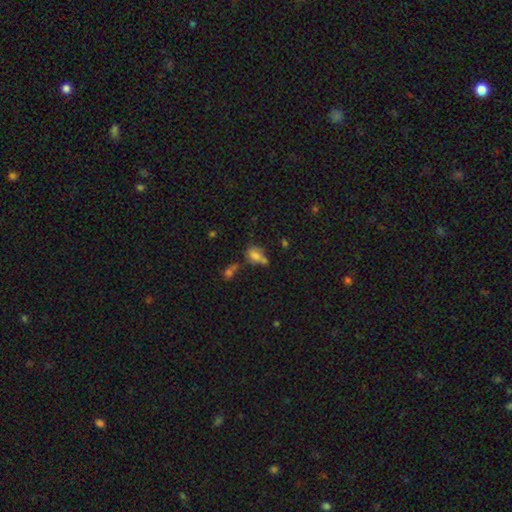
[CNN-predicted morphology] Overall: smooth (71%). How rounded: in between (73%). Merging: none (36%; merger 32%).